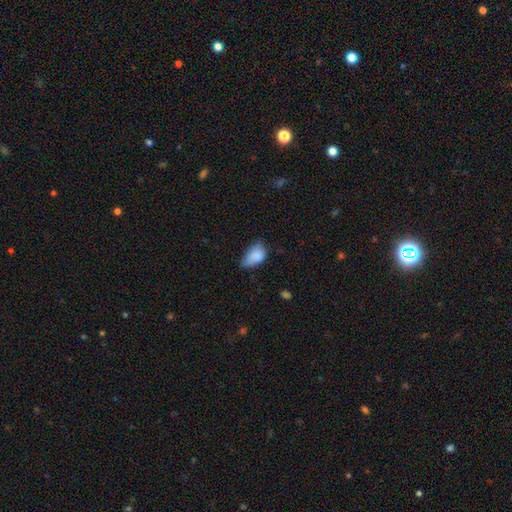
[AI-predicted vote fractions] This is clearly a smooth galaxy (82%). How rounded: clearly in between (90%). Merging: possibly minor disturbance (48%).